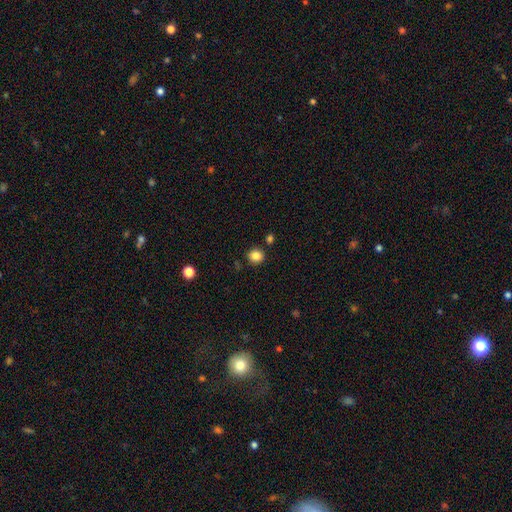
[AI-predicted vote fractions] A smooth galaxy with no disk features (84%) that is round (87%).

Vote fractions:
- Smooth or featured? smooth: 84% / star or artifact: 11% / featured or disk: 5%
- How rounded? round: 87% / in between: 12% / cigar-shaped: 1%
- Merging? none: 86% / minor disturbance: 8% / merger: 4% / major disturbance: 2%